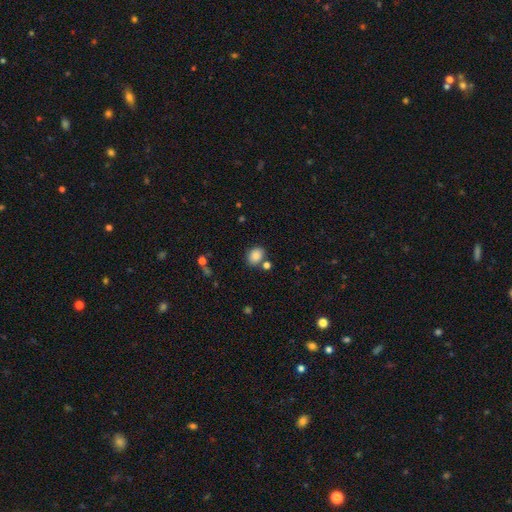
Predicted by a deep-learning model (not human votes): smooth_or_featured: smooth (p=0.85) [alt: star or artifact p=0.09]
how_rounded: in between (p=0.56) [alt: round p=0.43]
merging: none (p=0.72) [alt: minor disturbance p=0.13]